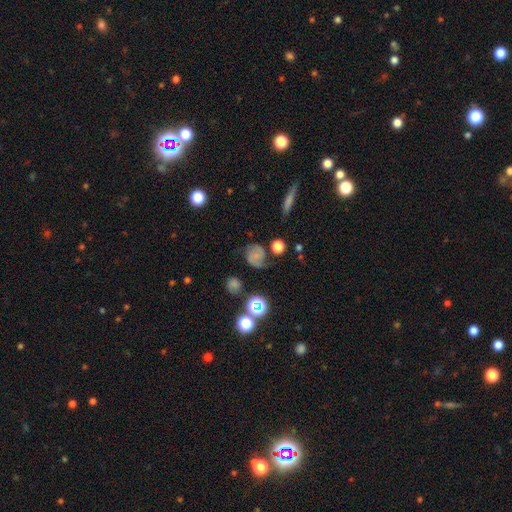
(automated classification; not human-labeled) Overall: smooth (46%; featured or disk 38%). Merging: none (60%; minor disturbance 24%).